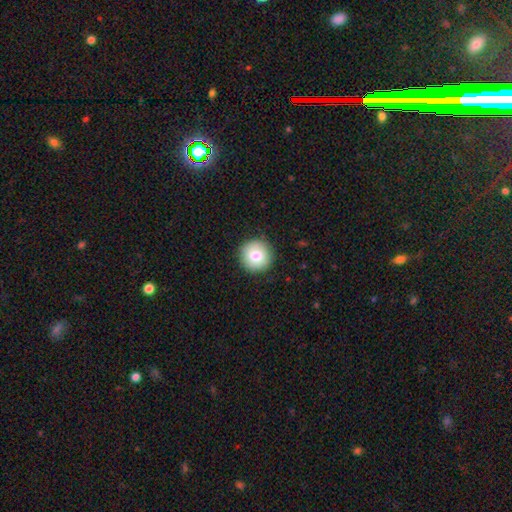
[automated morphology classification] A smooth galaxy with no disk features (79%) that is round (95%).

Vote fractions:
- Smooth or featured? smooth: 79% / featured or disk: 12% / star or artifact: 9%
- How rounded? round: 95% / in between: 4% / cigar-shaped: 1%
- Merging? none: 90% / minor disturbance: 7% / major disturbance: 2% / merger: 1%